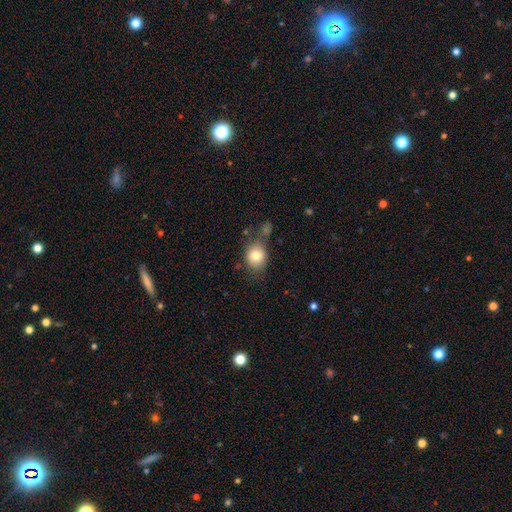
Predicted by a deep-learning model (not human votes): A smooth galaxy with no disk features (80%) that is round (63%).

Vote fractions:
- Smooth or featured? smooth: 80% / featured or disk: 11% / star or artifact: 9%
- How rounded? round: 63% / in between: 36% / cigar-shaped: 1%
- Merging? none: 62% / minor disturbance: 19% / merger: 12% / major disturbance: 7%